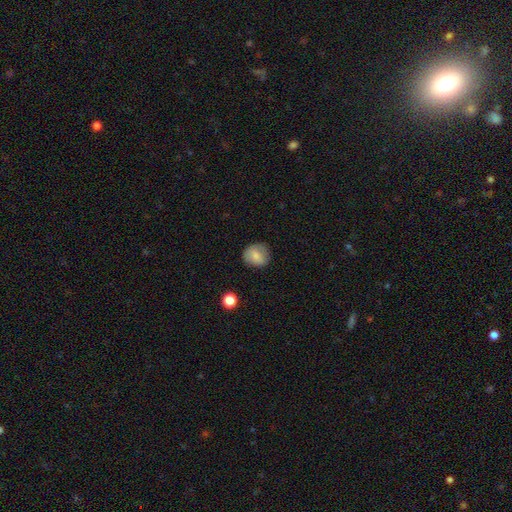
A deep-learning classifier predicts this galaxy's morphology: A smooth galaxy with no disk features (78%) that is round (79%).

Vote fractions:
- Smooth or featured? smooth: 78% / featured or disk: 13% / star or artifact: 8%
- How rounded? round: 79% / in between: 20% / cigar-shaped: 1%
- Merging? none: 79% / minor disturbance: 16% / major disturbance: 4% / merger: 1%